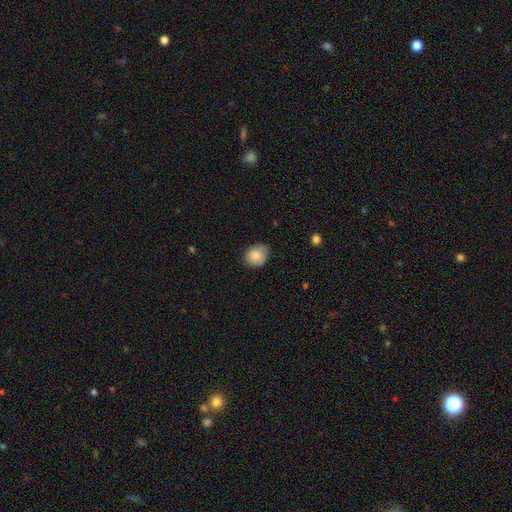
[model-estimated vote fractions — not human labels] A smooth galaxy with no disk features (78%) that is round (63%).

Vote fractions:
- Smooth or featured? smooth: 78% / featured or disk: 14% / star or artifact: 8%
- How rounded? round: 63% / in between: 36% / cigar-shaped: 1%
- Merging? none: 67% / minor disturbance: 28% / major disturbance: 5% / merger: 1%